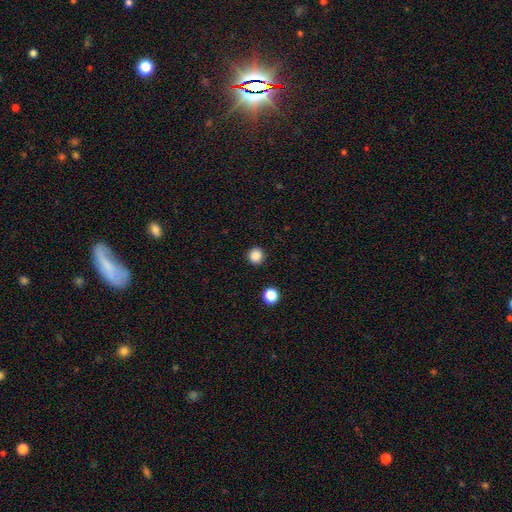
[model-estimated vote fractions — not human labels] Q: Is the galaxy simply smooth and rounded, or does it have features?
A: smooth — 86%.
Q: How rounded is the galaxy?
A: round — 95%.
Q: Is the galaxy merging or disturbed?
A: none — 91%.